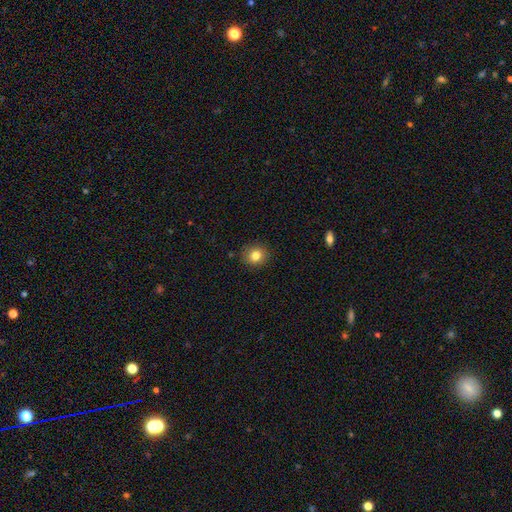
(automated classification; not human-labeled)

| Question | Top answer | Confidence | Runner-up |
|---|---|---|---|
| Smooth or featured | smooth | 82% | star or artifact (11%) |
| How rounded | round | 80% | in between (20%) |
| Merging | none | 88% | minor disturbance (8%) |